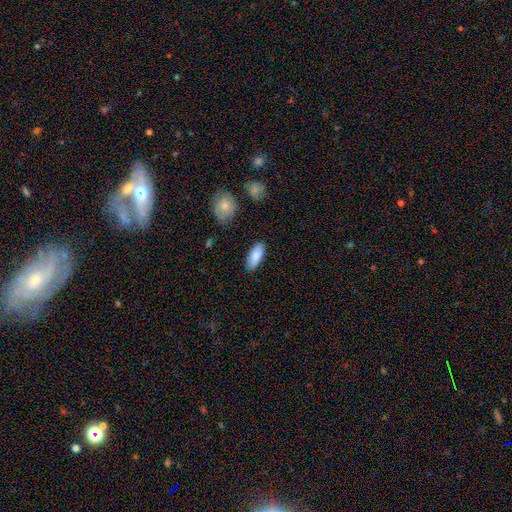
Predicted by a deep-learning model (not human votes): smooth-or-featured: smooth: 86% | featured or disk: 9% | star or artifact: 6%
  how-rounded: in between: 82% | cigar-shaped: 17% | round: 2%
  merging: none: 86% | minor disturbance: 10% | major disturbance: 2% | merger: 2%